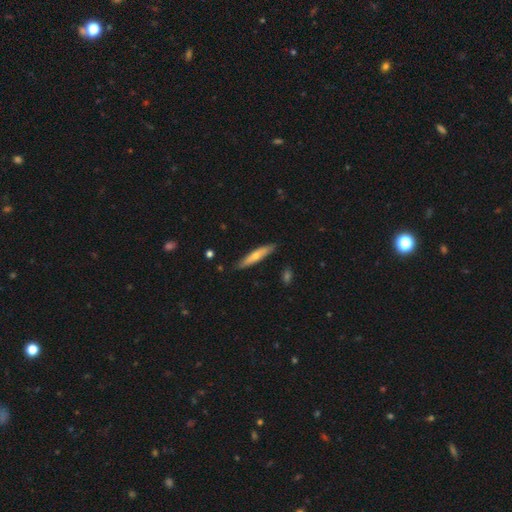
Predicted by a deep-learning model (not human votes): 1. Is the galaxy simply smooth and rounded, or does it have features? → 55% smooth, 40% featured or disk, 6% star or artifact.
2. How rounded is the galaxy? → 87% cigar-shaped, 12% in between, 2% round.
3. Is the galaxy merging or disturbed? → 86% none, 11% minor disturbance, 2% major disturbance, 1% merger.